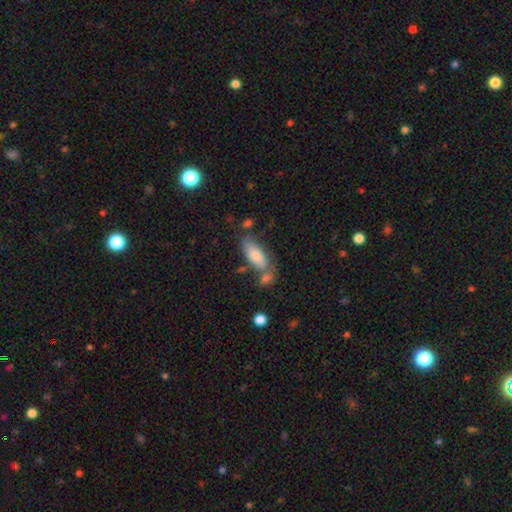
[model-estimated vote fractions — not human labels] smooth_or_featured: smooth (p=0.76) [alt: featured or disk p=0.17]
how_rounded: in between (p=0.77) [alt: cigar-shaped p=0.21]
merging: none (p=0.55) [alt: merger p=0.20]